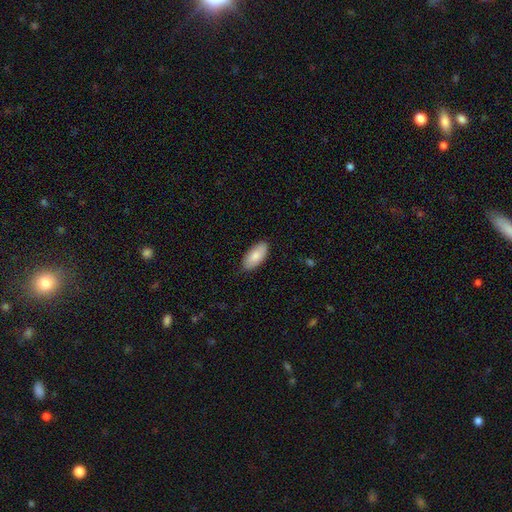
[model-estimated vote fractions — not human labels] Morphology: type=smooth (84%); roundness=in between (92%); merging=none (85%).